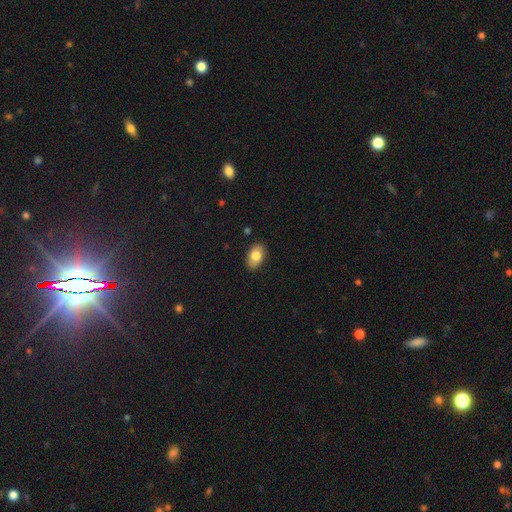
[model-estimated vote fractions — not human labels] Morphology: type=smooth (80%); roundness=in between (90%); merging=none (86%).